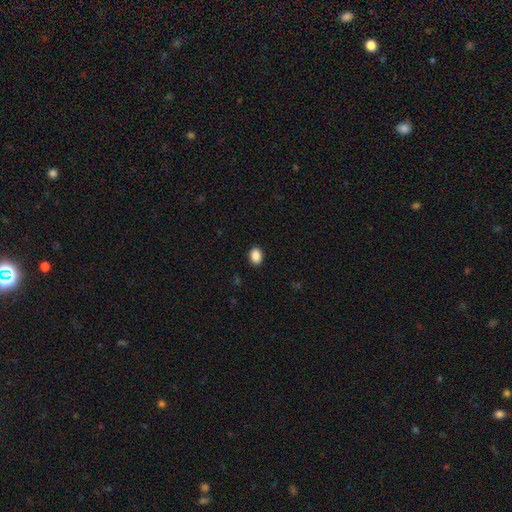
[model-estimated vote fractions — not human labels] Smooth or featured? smooth (89%)
How rounded? in between (67%)
Merging? none (91%)